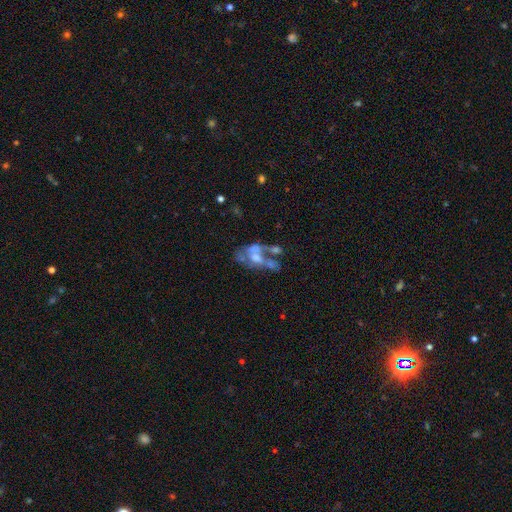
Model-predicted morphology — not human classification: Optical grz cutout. It shows a featured or disk galaxy (56%) with no bar (84%), no spiral arms (85%) and a moderate central bulge (40%). Merging: merger (47%).